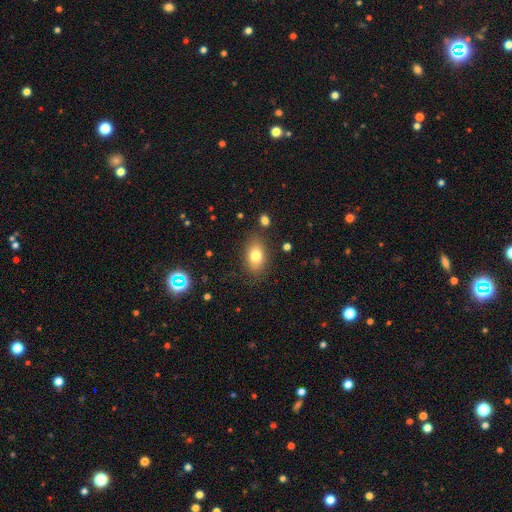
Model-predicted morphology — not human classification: type=smooth (78%); roundness=in between (84%); merging=none (82%).